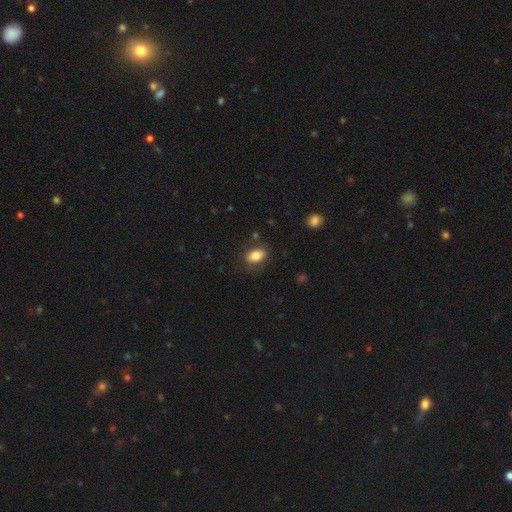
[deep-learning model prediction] Smooth or featured? Predicted: smooth (p=0.82). How rounded? Predicted: in between (p=0.83). Merging? Predicted: none (p=0.80).